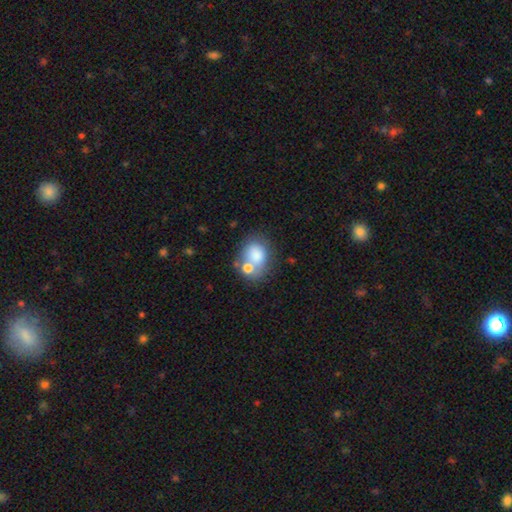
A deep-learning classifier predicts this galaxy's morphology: type=smooth (76%); roundness=in between (55%); merging=none (43%).